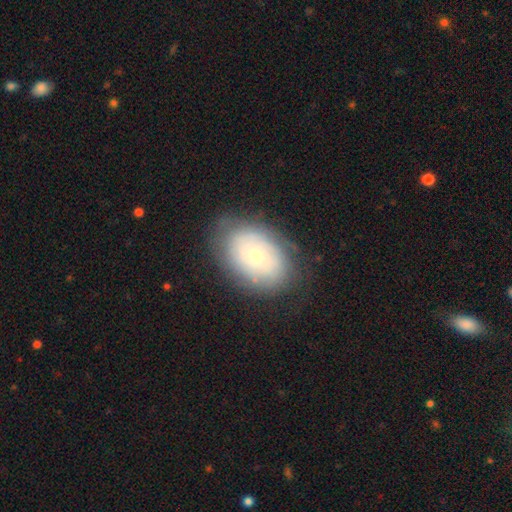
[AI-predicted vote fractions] Smooth or featured? Predicted: smooth (p=0.46, tied with featured or disk). Merging? Predicted: none (p=0.73).